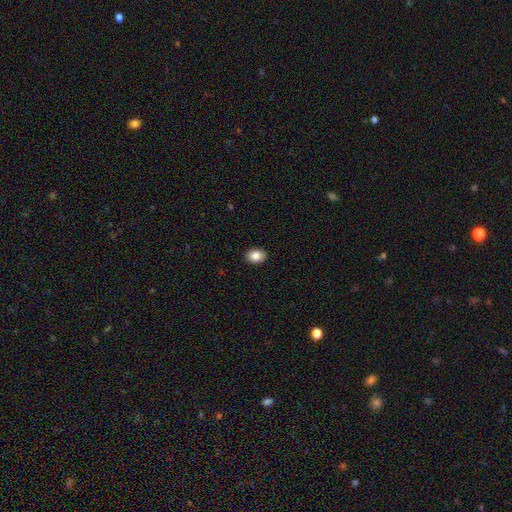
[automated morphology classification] Smooth or featured: smooth — 86% (star or artifact — 8%)
How rounded: in between — 77% (round — 22%)
Merging: none — 91% (minor disturbance — 6%)